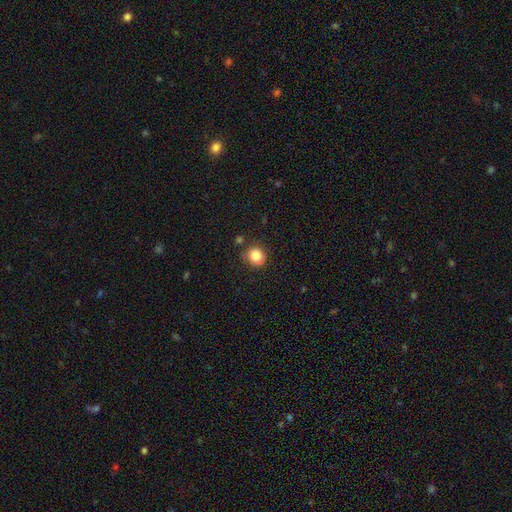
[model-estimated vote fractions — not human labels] smooth 85%, star or artifact 10%, featured or disk 5%. Down the decision tree: how rounded — round (77%); merging — none (78%).